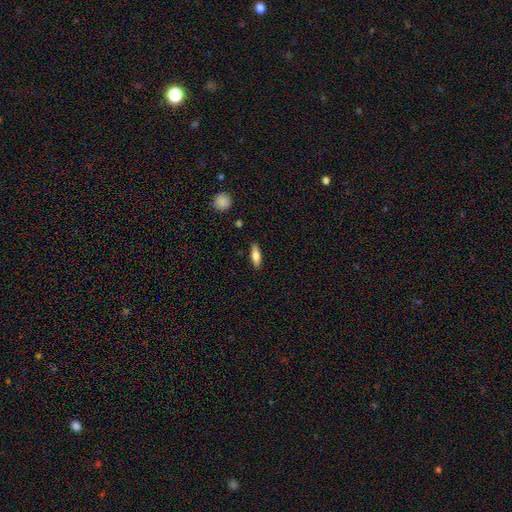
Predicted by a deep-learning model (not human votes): Q: Smooth or featured?
A: smooth (76%); runner-up: featured or disk (17%)
Q: How rounded?
A: in between (60%); runner-up: cigar-shaped (37%)
Q: Merging?
A: none (85%); runner-up: minor disturbance (11%)